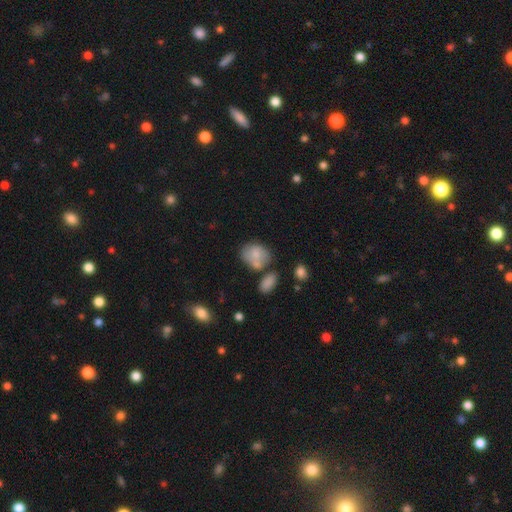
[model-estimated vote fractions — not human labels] Morphology: type=smooth (73%); roundness=in between (57%); merging=none (46%).